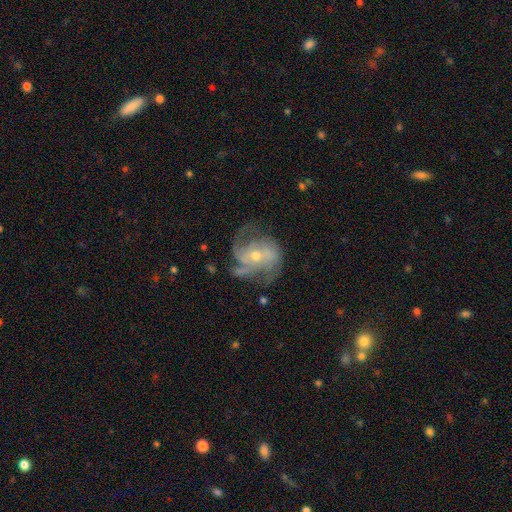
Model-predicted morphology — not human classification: Smooth or featured: featured or disk — 84% (smooth — 9%)
Edge-on disk: no — 97% (yes — 3%)
Bar: no — 59% (weak — 30%)
Spiral arms: yes — 94% (no — 6%)
Spiral winding: medium — 46% (tight — 31%)
Spiral arm count: 3 — 40% (2 — 20%)
Bulge size: small — 56% (moderate — 40%)
Merging: none — 60% (minor disturbance — 21%)